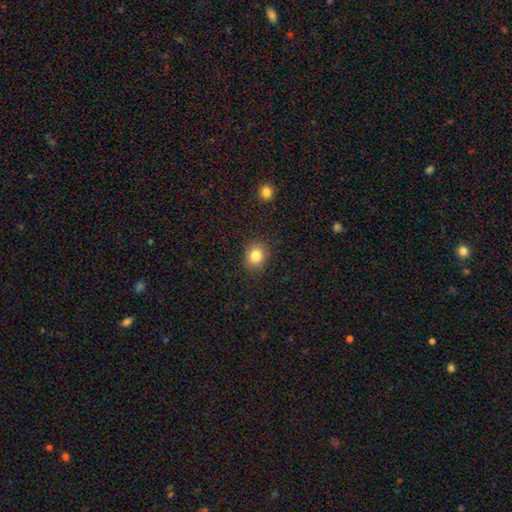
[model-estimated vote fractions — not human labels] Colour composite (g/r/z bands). It shows a smooth galaxy with no disk features (83%) that is round (73%). Merging: none (88%).